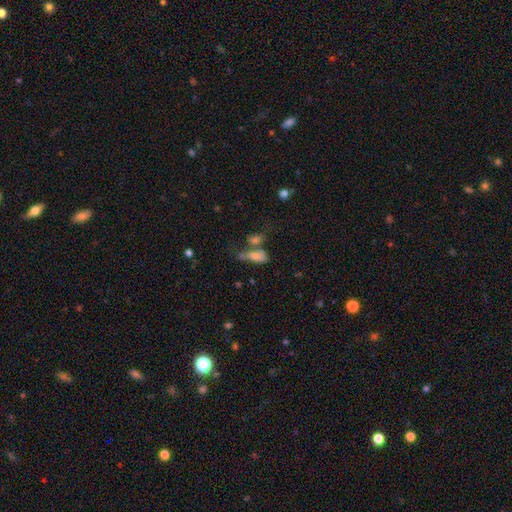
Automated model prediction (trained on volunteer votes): smooth_or_featured: smooth (p=0.67) [alt: featured or disk p=0.21]
how_rounded: in between (p=0.72) [alt: cigar-shaped p=0.23]
merging: merger (p=0.37) [alt: none p=0.33]